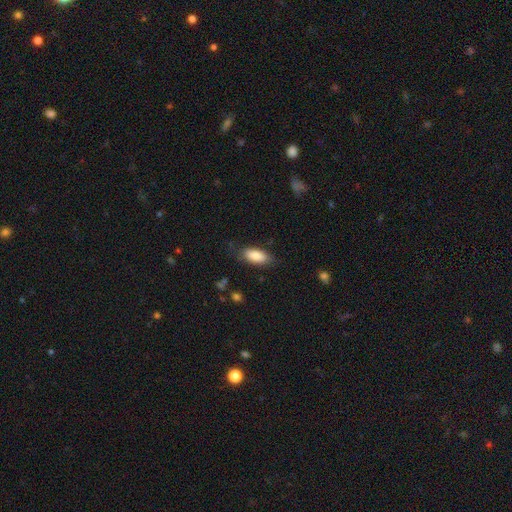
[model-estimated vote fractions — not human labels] Smooth or featured: smooth — 86% (featured or disk — 8%)
How rounded: in between — 85% (cigar-shaped — 13%)
Merging: none — 78% (minor disturbance — 16%)